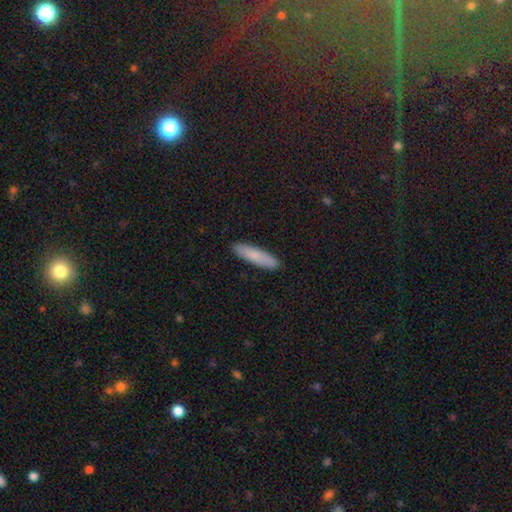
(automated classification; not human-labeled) This appears to be a smooth galaxy with no disk features (83%) that is cigar-shaped (77%). Merging: none (91%).